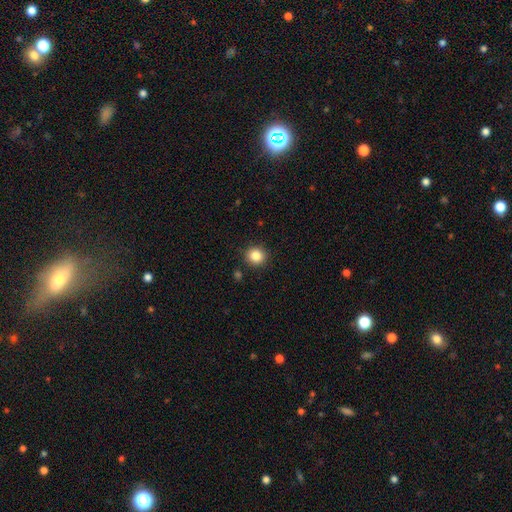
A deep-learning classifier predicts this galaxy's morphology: This is clearly a smooth galaxy (84%). How rounded: clearly round (90%). Merging: clearly none (90%).